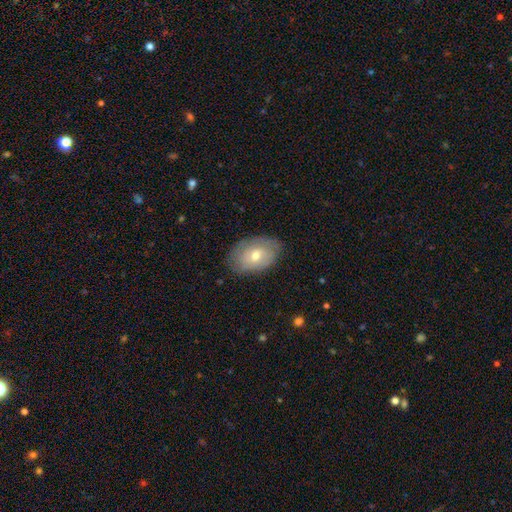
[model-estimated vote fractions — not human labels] Q: Smooth or featured?
A: smooth (56%); runner-up: featured or disk (36%)
Q: How rounded?
A: in between (86%); runner-up: round (12%)
Q: Merging?
A: none (77%); runner-up: minor disturbance (18%)